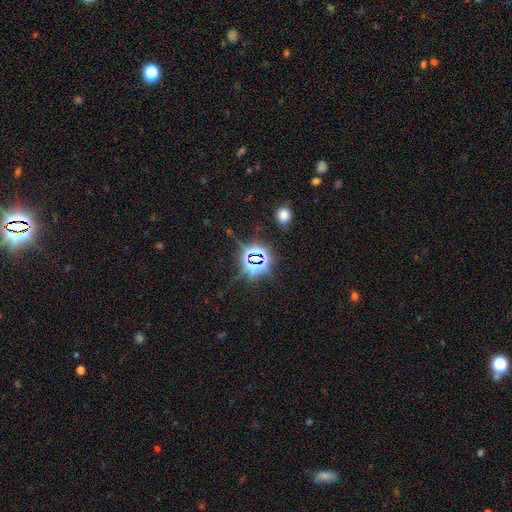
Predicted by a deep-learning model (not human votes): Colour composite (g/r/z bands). It shows a star or artifact, not a galaxy (78%).